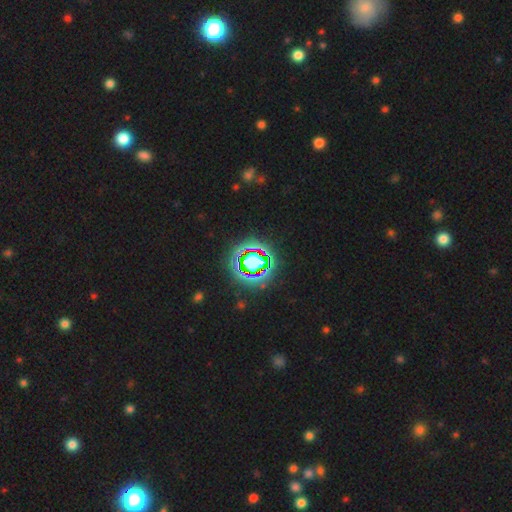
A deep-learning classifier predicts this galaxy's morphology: The model was most divided on "smooth or featured": star or artifact: 80%, smooth: 13%, featured or disk: 7%.